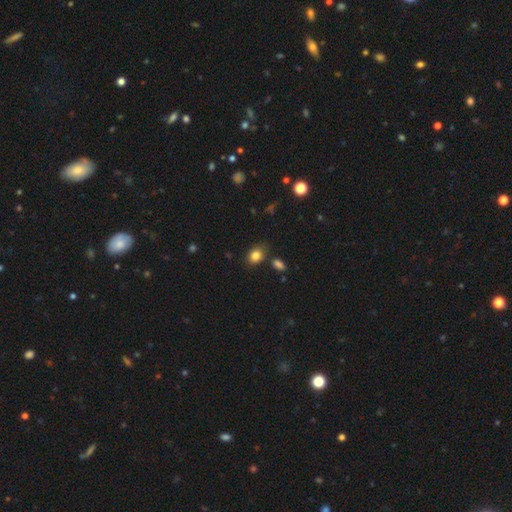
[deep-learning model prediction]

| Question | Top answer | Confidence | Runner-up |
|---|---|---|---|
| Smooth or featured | smooth | 83% | star or artifact (11%) |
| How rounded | in between | 58% | round (40%) |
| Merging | none | 77% | minor disturbance (14%) |